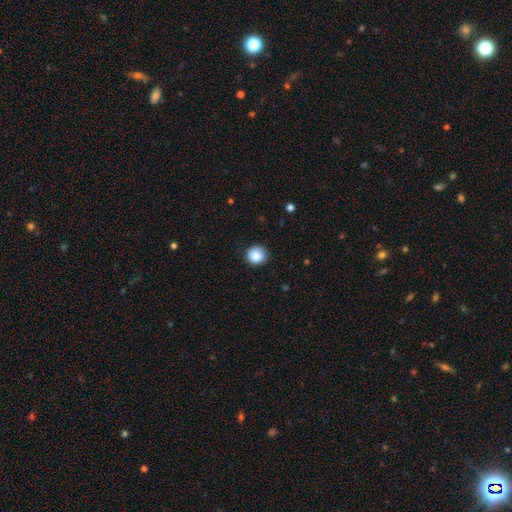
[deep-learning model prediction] Morphology: type=smooth (87%); roundness=round (91%); merging=none (86%).